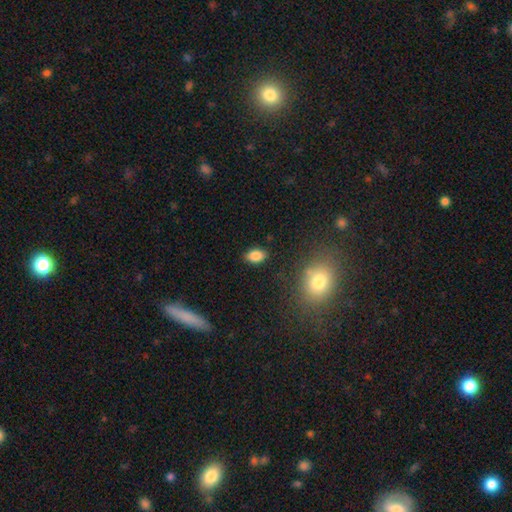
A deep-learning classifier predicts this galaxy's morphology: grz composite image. It shows a smooth galaxy with no disk features (85%) that is in between round and cigar-shaped (88%). Merging: none (85%).